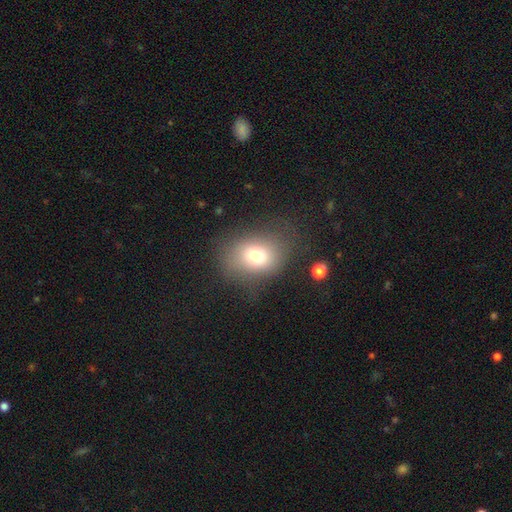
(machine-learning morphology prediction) This is likely a smooth galaxy (71%). How rounded: possibly in between (53%). Merging: likely none (70%).